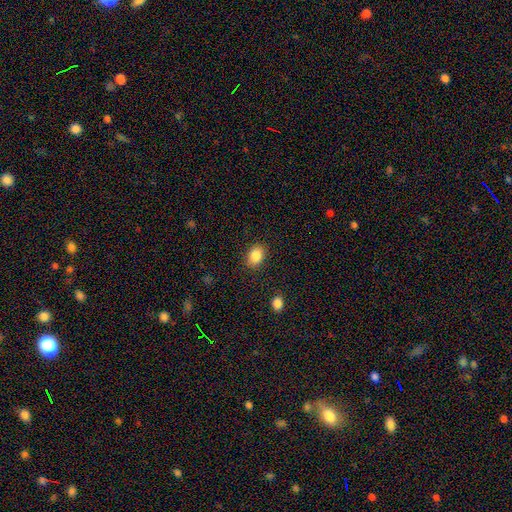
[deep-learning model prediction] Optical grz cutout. It shows a smooth galaxy with no disk features (87%) that is in between round and cigar-shaped (65%). Merging: none (87%).